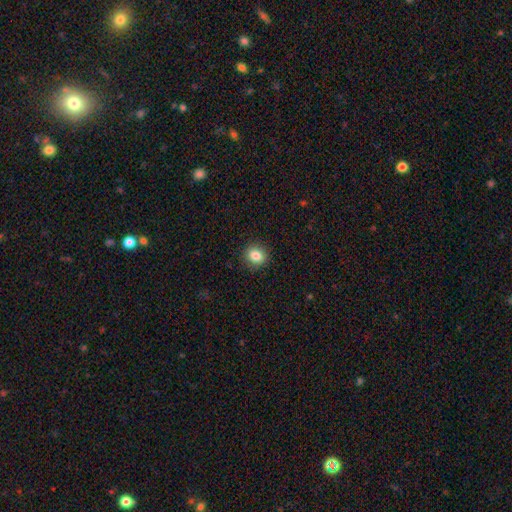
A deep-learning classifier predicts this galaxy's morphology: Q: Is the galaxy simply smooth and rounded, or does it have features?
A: smooth — 84%.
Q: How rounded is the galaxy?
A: round — 73%.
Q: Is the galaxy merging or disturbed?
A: none — 90%.